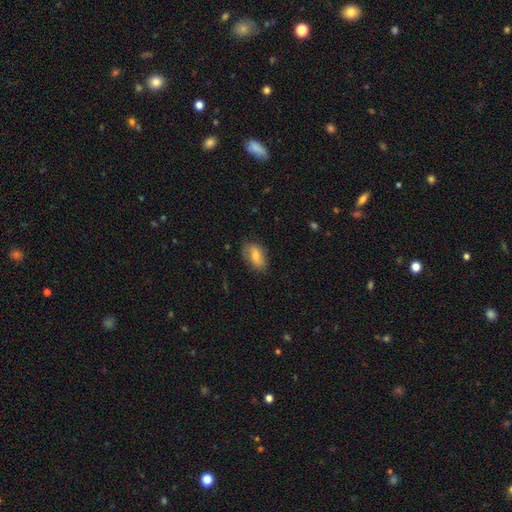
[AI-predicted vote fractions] smooth_or_featured: smooth (p=0.69) [alt: featured or disk p=0.24]
how_rounded: in between (p=0.89) [alt: round p=0.07]
merging: none (p=0.74) [alt: minor disturbance p=0.20]